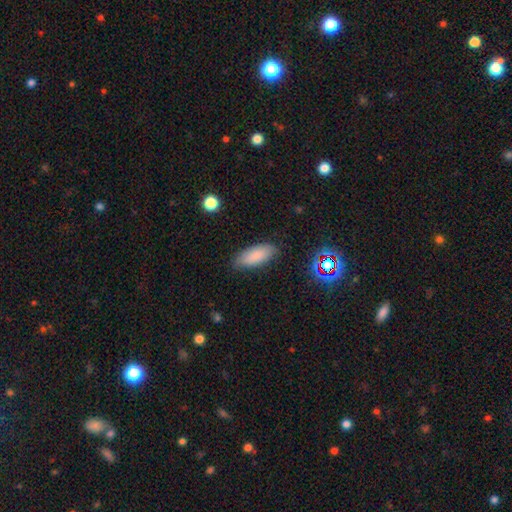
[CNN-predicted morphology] The model was most divided on "how rounded": in between: 79%, cigar-shaped: 19%, round: 2%. More confident: smooth or featured — smooth (85%); merging — none (85%).